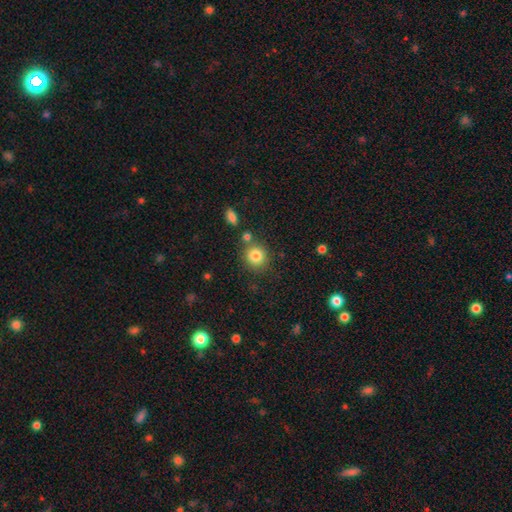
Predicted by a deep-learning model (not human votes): A smooth galaxy with no disk features (82%) that is round (86%).

Vote fractions:
- Smooth or featured? smooth: 82% / star or artifact: 11% / featured or disk: 7%
- How rounded? round: 86% / in between: 13% / cigar-shaped: 1%
- Merging? none: 75% / merger: 12% / minor disturbance: 10% / major disturbance: 3%